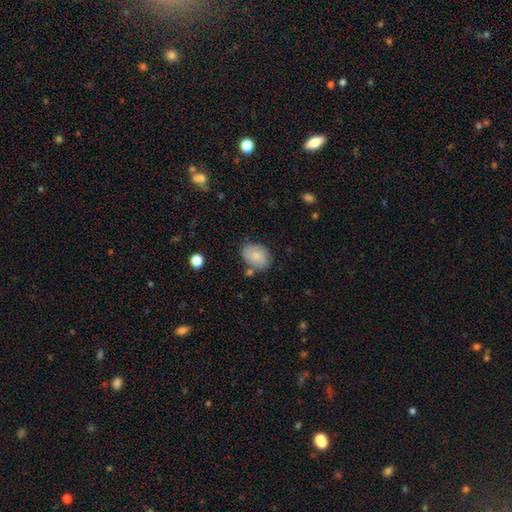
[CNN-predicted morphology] smooth 78%, featured or disk 15%, star or artifact 7%. Down the decision tree: how rounded — in between (66%); merging — none (67%).